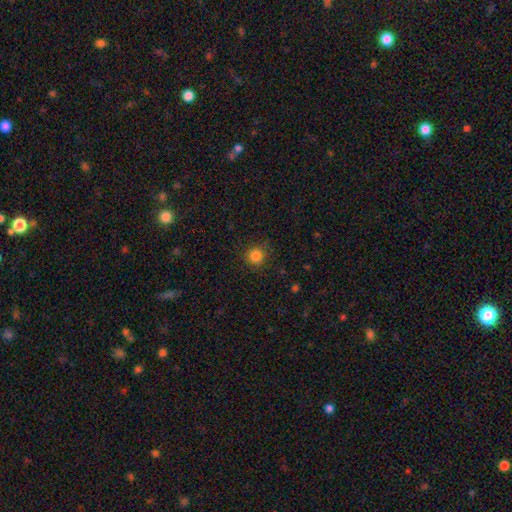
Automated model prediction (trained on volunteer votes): Q: Smooth or featured?
A: smooth (84%); runner-up: star or artifact (12%)
Q: How rounded?
A: round (94%); runner-up: in between (5%)
Q: Merging?
A: none (90%); runner-up: minor disturbance (7%)